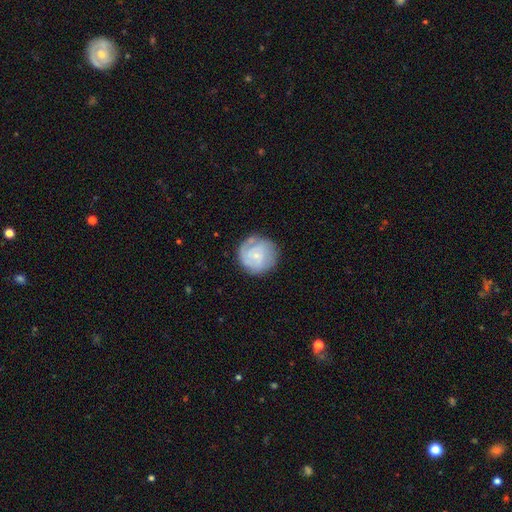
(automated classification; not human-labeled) Smooth or featured?
  - featured or disk: 55% *
  - smooth: 39%
  - star or artifact: 6%
Edge-on disk?
  - no: 98% *
  - yes: 2%
Bar?
  - no: 68% *
  - weak: 27%
  - strong: 4%
Spiral arms?
  - yes: 79% *
  - no: 21%
Bulge size?
  - small: 71% *
  - moderate: 19%
  - none: 7%
  - large: 2%
  - dominant: 1%
Merging?
  - none: 71% *
  - minor disturbance: 19%
  - major disturbance: 8%
  - merger: 2%